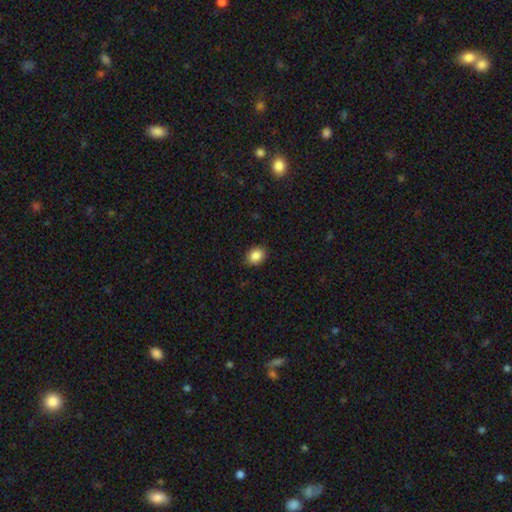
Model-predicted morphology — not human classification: Q: Smooth or featured?
A: smooth (87%); runner-up: star or artifact (9%)
Q: How rounded?
A: in between (51%); runner-up: round (48%)
Q: Merging?
A: none (88%); runner-up: minor disturbance (9%)